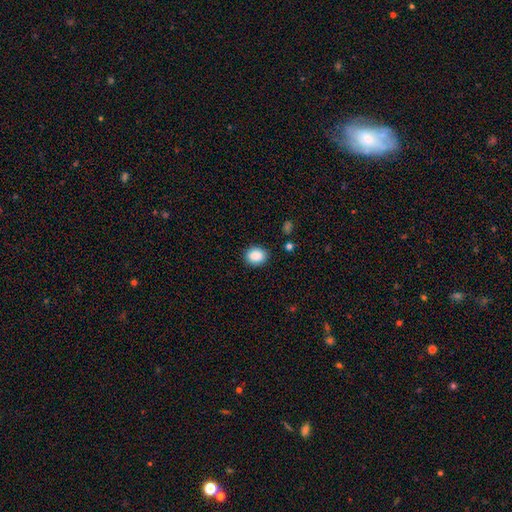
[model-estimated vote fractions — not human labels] A smooth galaxy with no disk features (88%) that is round (65%). Merging: none (87%).